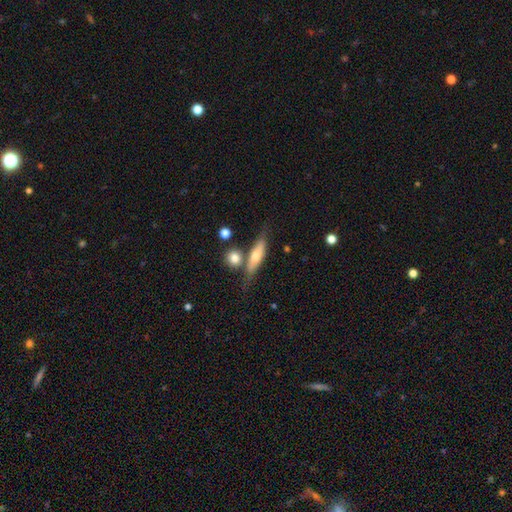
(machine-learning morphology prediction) Q: Smooth or featured?
A: smooth (53%); runner-up: featured or disk (40%)
Q: How rounded?
A: cigar-shaped (62%); runner-up: in between (34%)
Q: Merging?
A: none (61%); runner-up: merger (17%)